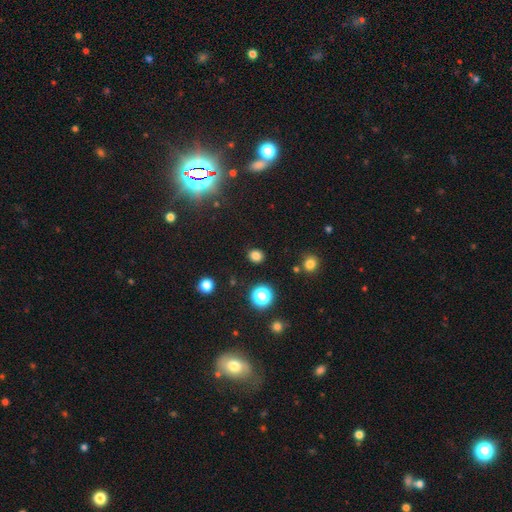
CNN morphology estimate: This appears to be a smooth galaxy with no disk features (79%) that is round (73%). Merging: none (89%).